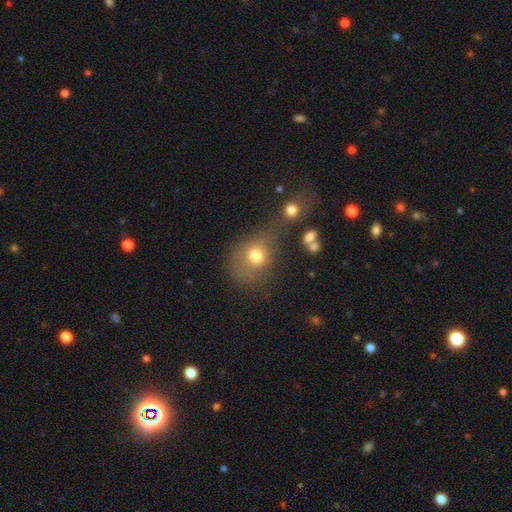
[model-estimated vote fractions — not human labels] smooth_or_featured: smooth (p=0.73) [alt: featured or disk p=0.14]
how_rounded: round (p=0.59) [alt: in between p=0.39]
merging: none (p=0.38) [alt: merger p=0.23]